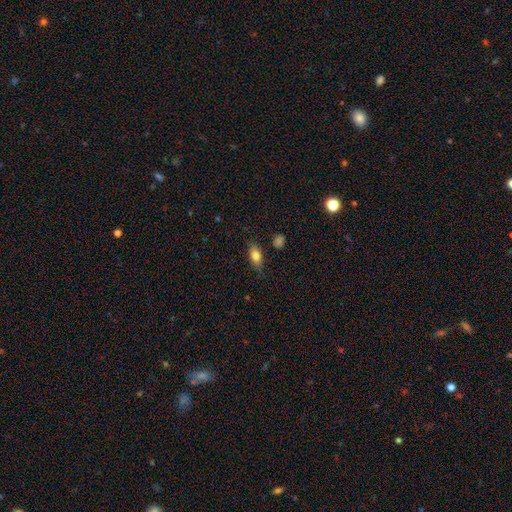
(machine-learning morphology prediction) The model was most divided on "merging": none: 78%, minor disturbance: 16%, major disturbance: 4%, merger: 2%. More confident: how rounded — in between (83%); smooth or featured — smooth (80%).